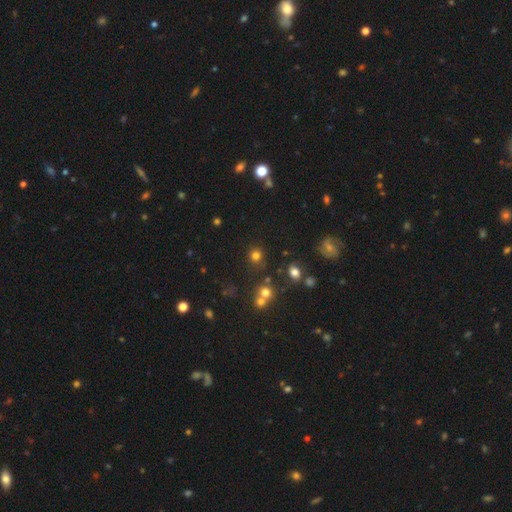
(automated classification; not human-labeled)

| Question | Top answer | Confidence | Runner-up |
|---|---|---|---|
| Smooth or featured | smooth | 75% | star or artifact (19%) |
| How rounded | round | 88% | in between (11%) |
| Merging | none | 81% | minor disturbance (9%) |